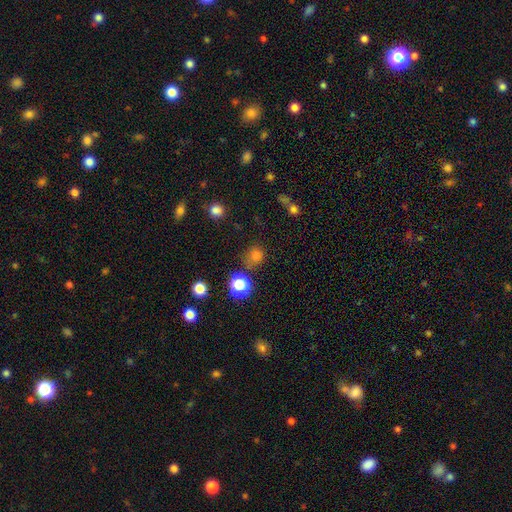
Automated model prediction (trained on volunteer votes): Q: Smooth or featured?
A: smooth (72%); runner-up: star or artifact (23%)
Q: How rounded?
A: round (82%); runner-up: in between (17%)
Q: Merging?
A: none (73%); runner-up: minor disturbance (15%)